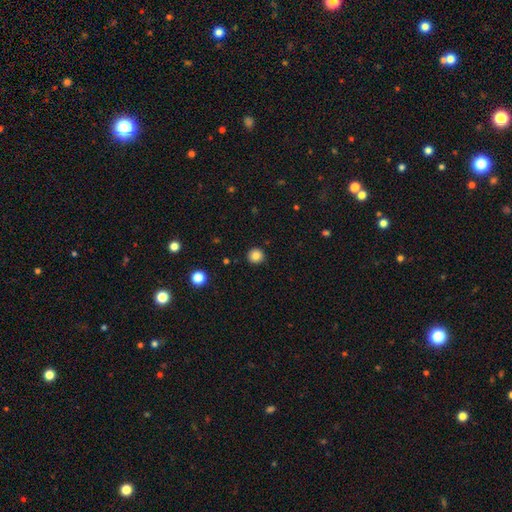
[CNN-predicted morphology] Q: Smooth or featured?
A: smooth (83%); runner-up: star or artifact (11%)
Q: How rounded?
A: round (94%); runner-up: in between (5%)
Q: Merging?
A: none (92%); runner-up: minor disturbance (5%)